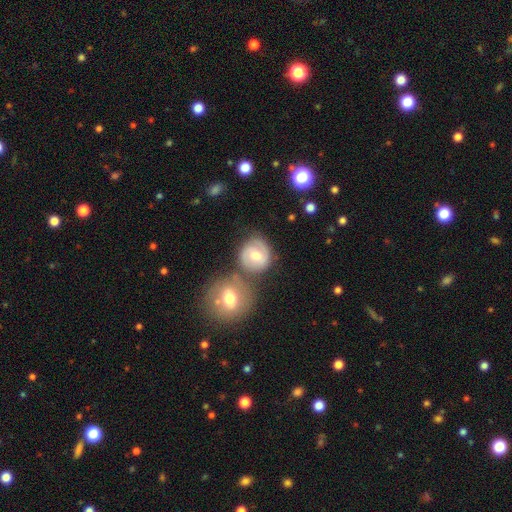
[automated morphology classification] smooth_or_featured: featured or disk (p=0.56) [alt: smooth p=0.37]
disk_edge_on: no (p=0.97) [alt: yes p=0.03]
bar: no (p=0.47) [alt: weak p=0.42]
has_spiral_arms: yes (p=0.80) [alt: no p=0.20]
bulge_size: moderate (p=0.74) [alt: small p=0.17]
merging: none (p=0.62) [alt: merger p=0.19]